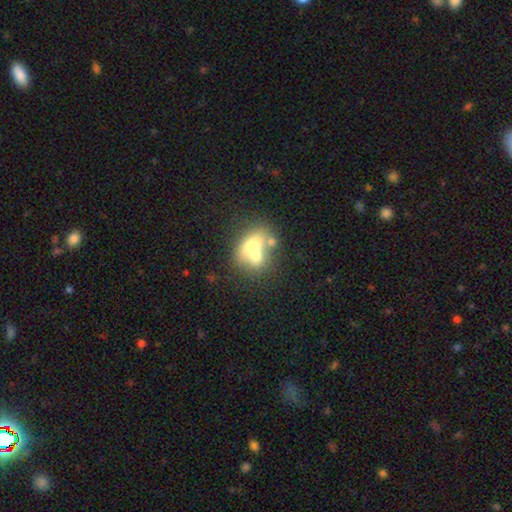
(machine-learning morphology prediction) This is likely a smooth galaxy (61%). How rounded: possibly in between (54%). Merging: likely merger (64%).